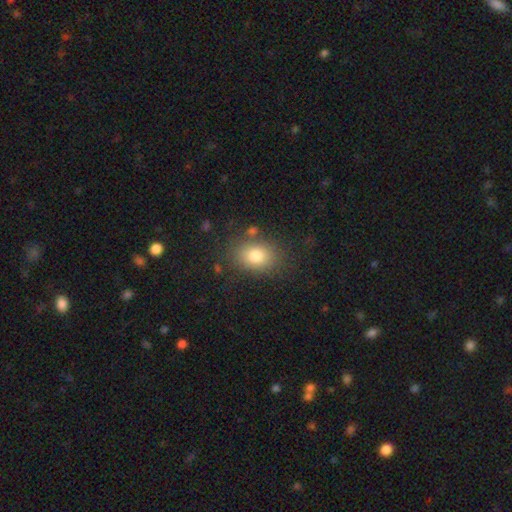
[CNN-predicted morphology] Overall: smooth (80%). How rounded: in between (70%). Merging: none (79%).